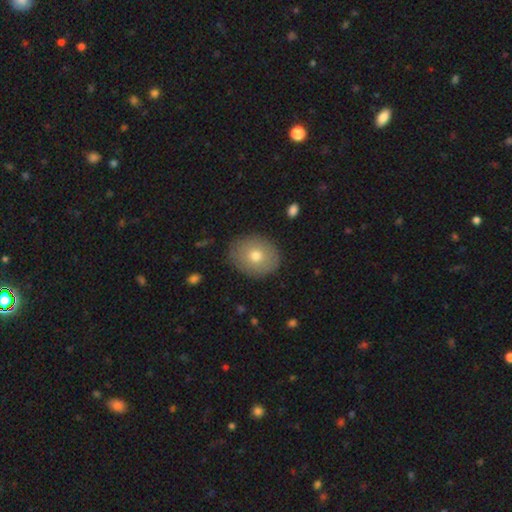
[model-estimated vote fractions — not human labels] This is likely a smooth galaxy (72%). How rounded: possibly round (56%). Merging: clearly none (85%).